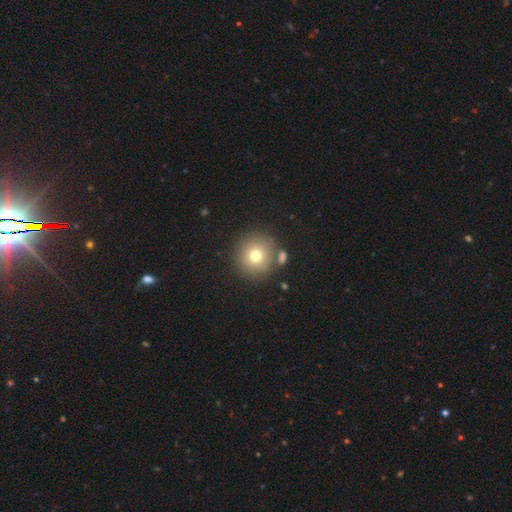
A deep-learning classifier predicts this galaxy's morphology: A smooth galaxy with no disk features (74%) that is round (93%). Merging: none (79%).